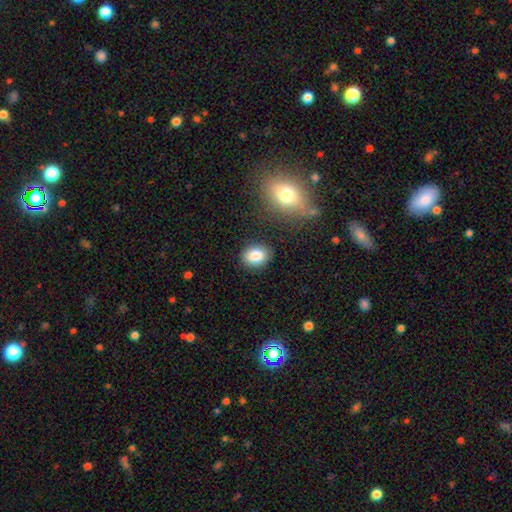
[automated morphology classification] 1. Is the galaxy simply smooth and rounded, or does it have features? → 84% smooth, 9% star or artifact, 7% featured or disk.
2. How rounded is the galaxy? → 55% in between, 44% round, 1% cigar-shaped.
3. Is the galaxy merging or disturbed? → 86% none, 9% minor disturbance, 3% merger, 2% major disturbance.